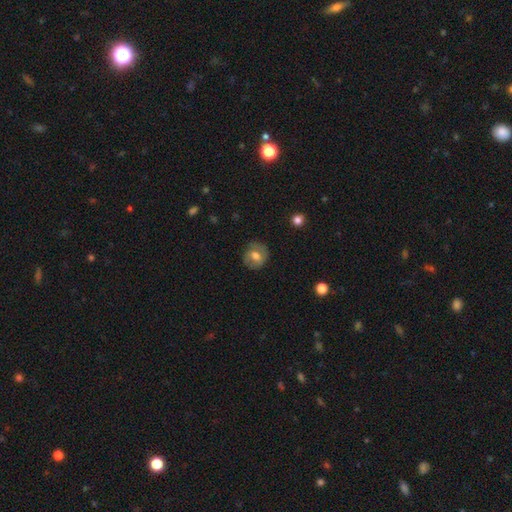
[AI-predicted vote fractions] Smooth or featured? Predicted: smooth (p=0.58). How rounded? Predicted: round (p=0.75). Merging? Predicted: none (p=0.78).